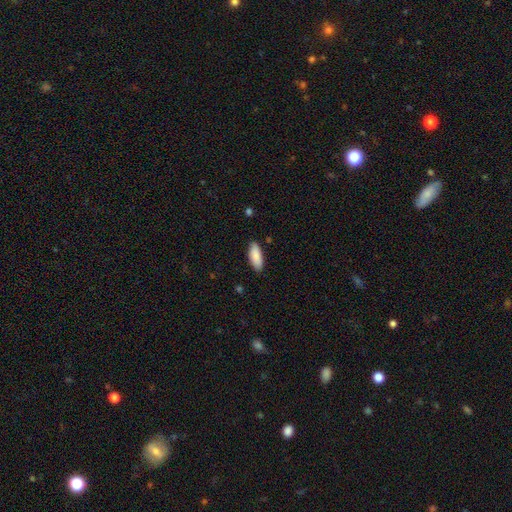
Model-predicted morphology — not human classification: A smooth galaxy with no disk features (88%) that is in between round and cigar-shaped (80%). Merging: none (86%).